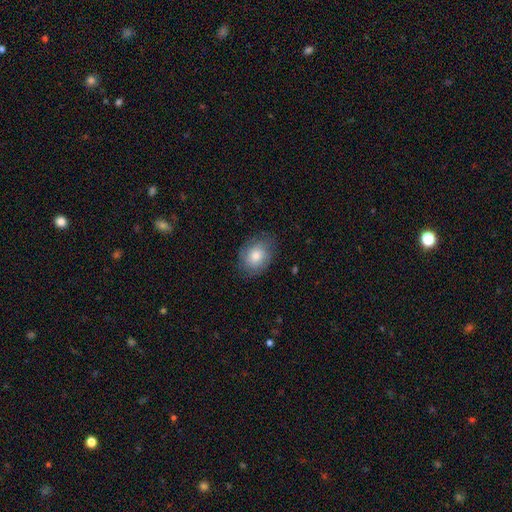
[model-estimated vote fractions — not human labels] smooth 75%, featured or disk 17%, star or artifact 8%. Down the decision tree: how rounded — in between (59%); merging — none (77%).